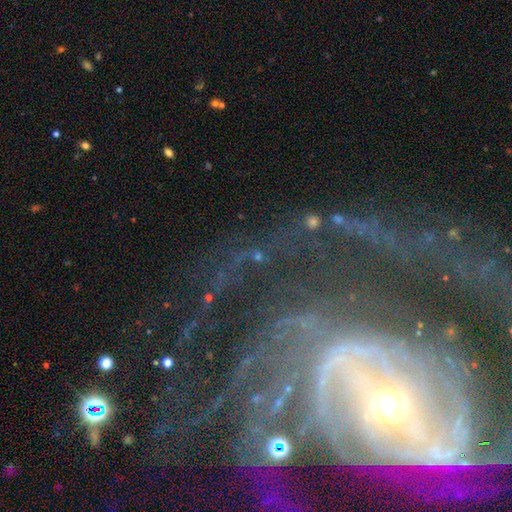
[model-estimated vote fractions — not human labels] The model was most divided on "spiral arm count": 2: 31%, can't tell: 26%, 3: 14%, 4: 10%, more than 4: 10%, 1: 9%. Remaining: edge-on disk — no (95%); spiral arms — yes (91%); smooth or featured — featured or disk (86%); bulge size — small (55%); merging — none (54%); spiral winding — tight (49%); bar — strong (43%).